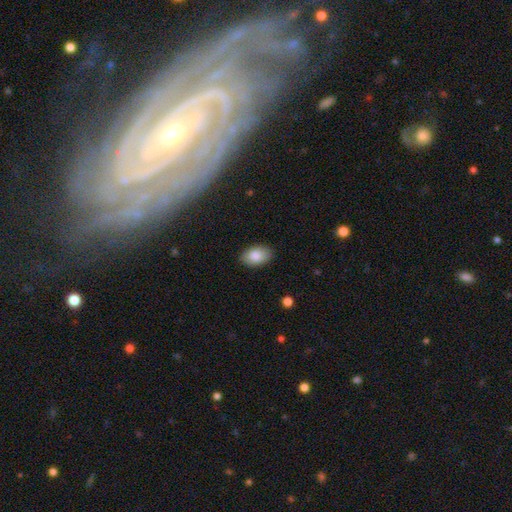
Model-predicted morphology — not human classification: Smooth or featured? smooth (87%)
How rounded? in between (92%)
Merging? none (87%)